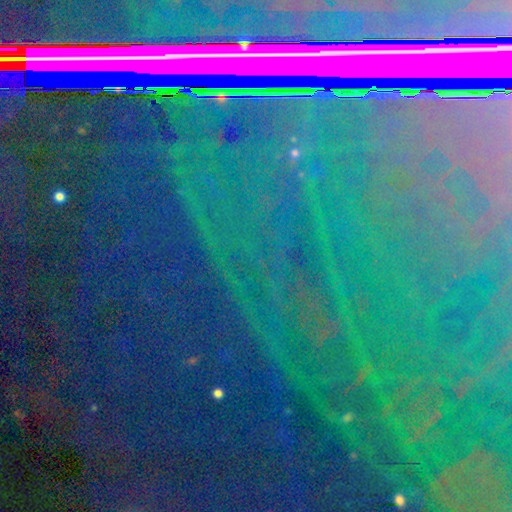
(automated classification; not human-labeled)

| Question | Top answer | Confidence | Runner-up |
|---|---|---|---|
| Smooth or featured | star or artifact | 87% | featured or disk (7%) |